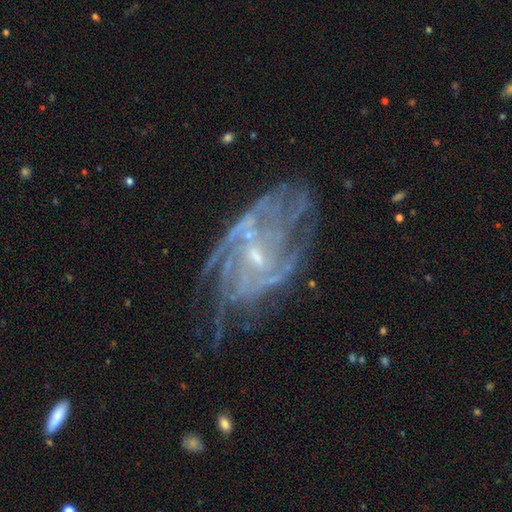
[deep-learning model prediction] A featured or disk galaxy (85%) with a weak bar (44%), tight (49%) spiral arms (91%) and a small central bulge (75%). Merging: none (53%).